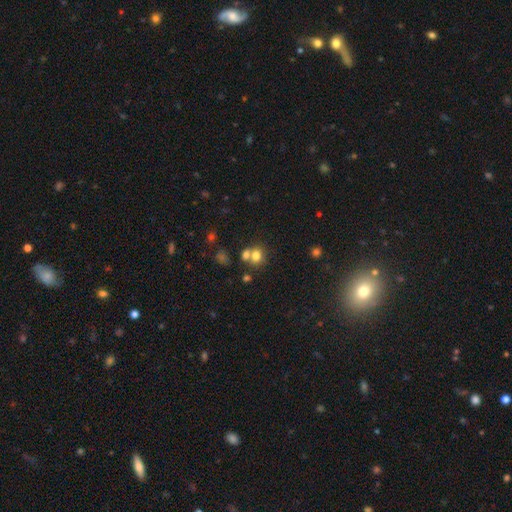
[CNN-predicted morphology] This is likely a smooth galaxy (74%). How rounded: likely round (68%). Merging: marginally none (44%).